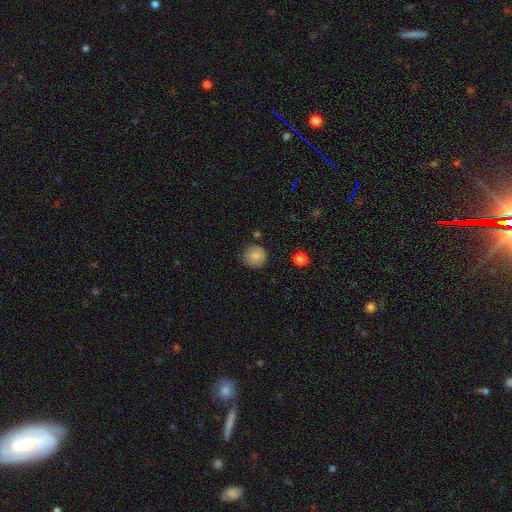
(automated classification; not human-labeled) Smooth or featured? smooth (83%)
How rounded? round (95%)
Merging? none (86%)